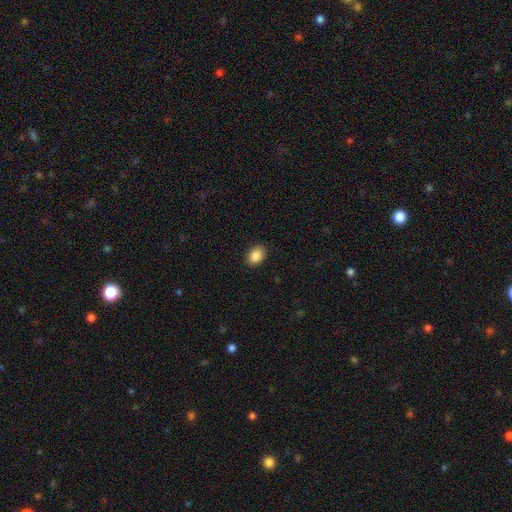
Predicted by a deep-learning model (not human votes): smooth_or_featured: smooth (p=0.88) [alt: star or artifact p=0.08]
how_rounded: in between (p=0.71) [alt: round p=0.28]
merging: none (p=0.90) [alt: minor disturbance p=0.07]